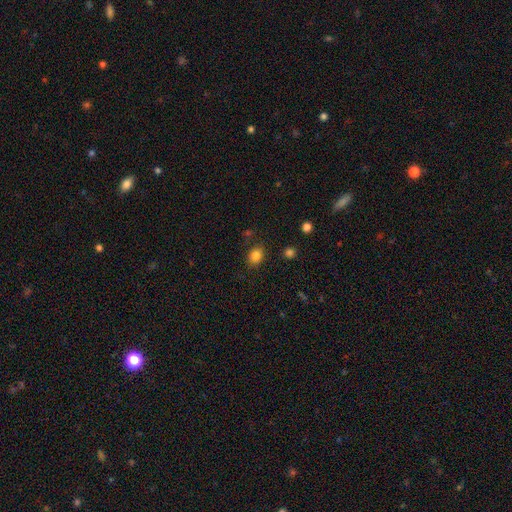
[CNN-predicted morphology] smooth-or-featured: smooth: 84% | star or artifact: 11% | featured or disk: 5%
  how-rounded: in between: 59% | round: 40% | cigar-shaped: 1%
  merging: none: 83% | minor disturbance: 11% | major disturbance: 3% | merger: 3%